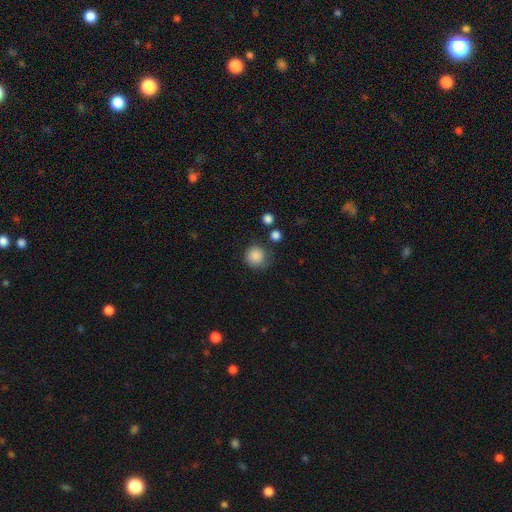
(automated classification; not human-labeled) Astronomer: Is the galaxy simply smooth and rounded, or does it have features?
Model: smooth — 86%.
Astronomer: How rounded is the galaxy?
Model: round — 92%.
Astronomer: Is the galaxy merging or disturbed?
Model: none — 74%.